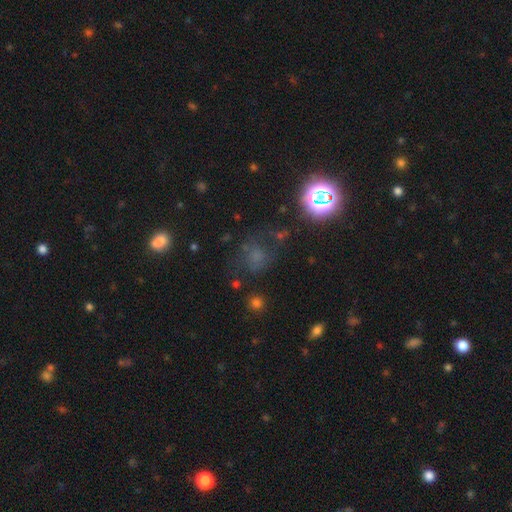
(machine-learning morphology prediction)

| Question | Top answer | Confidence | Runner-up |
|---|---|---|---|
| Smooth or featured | smooth | 46% | star or artifact (39%) |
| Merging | none | 63% | minor disturbance (19%) |